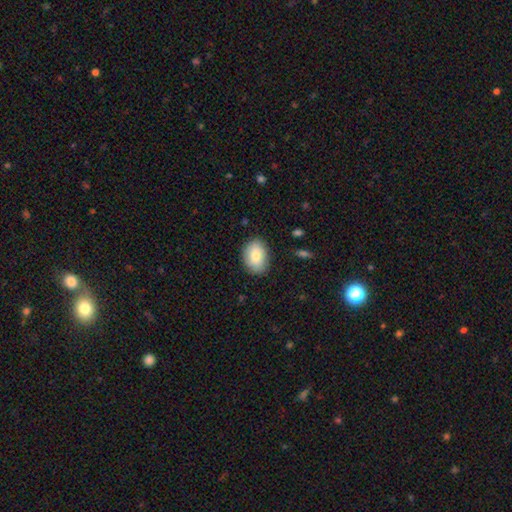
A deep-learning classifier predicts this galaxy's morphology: Q: Smooth or featured?
A: smooth (81%); runner-up: featured or disk (12%)
Q: How rounded?
A: in between (78%); runner-up: round (21%)
Q: Merging?
A: none (85%); runner-up: minor disturbance (11%)